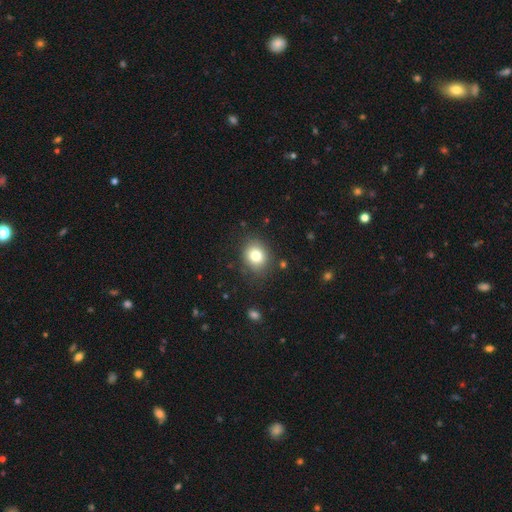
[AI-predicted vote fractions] A smooth galaxy with no disk features (79%) that is round (68%).

Vote fractions:
- Smooth or featured? smooth: 79% / star or artifact: 11% / featured or disk: 10%
- How rounded? round: 68% / in between: 31% / cigar-shaped: 1%
- Merging? none: 84% / minor disturbance: 11% / major disturbance: 3% / merger: 2%